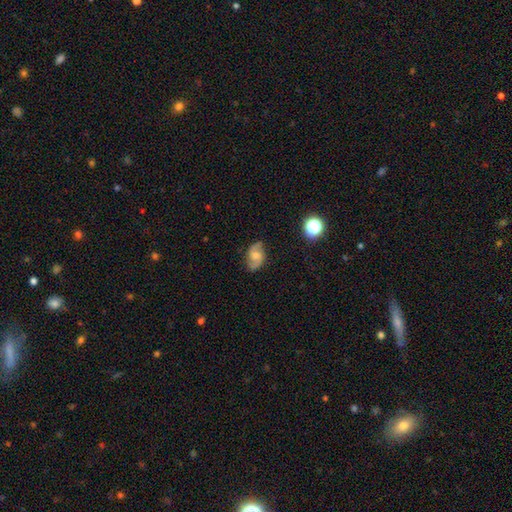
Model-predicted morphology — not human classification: type=featured or disk (74%); edge-on=no (97%); bar=no (50%); spiral arms=yes (95%); winding=medium (49%); arm count=2 (91%); bulge=moderate (44%); merging=none (79%).